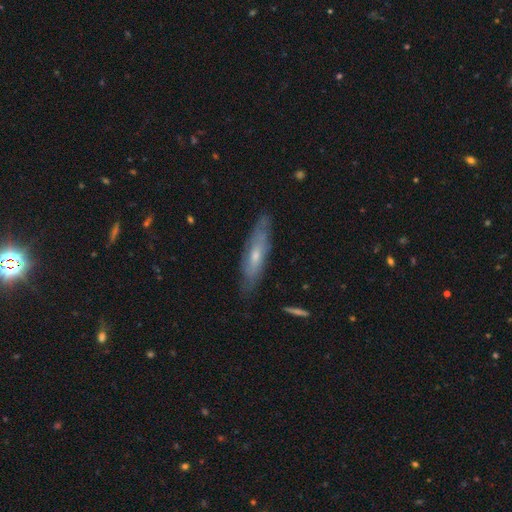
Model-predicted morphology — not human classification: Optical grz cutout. It shows a featured or disk galaxy (52%). Merging: none (77%).